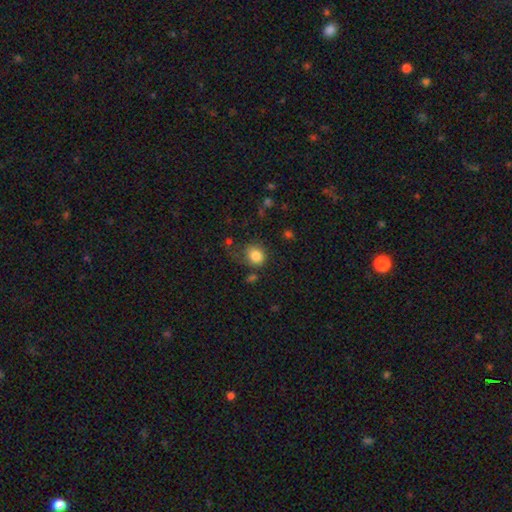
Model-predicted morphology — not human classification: This appears to be a smooth galaxy with no disk features (83%) that is round (72%). Merging: none (62%).